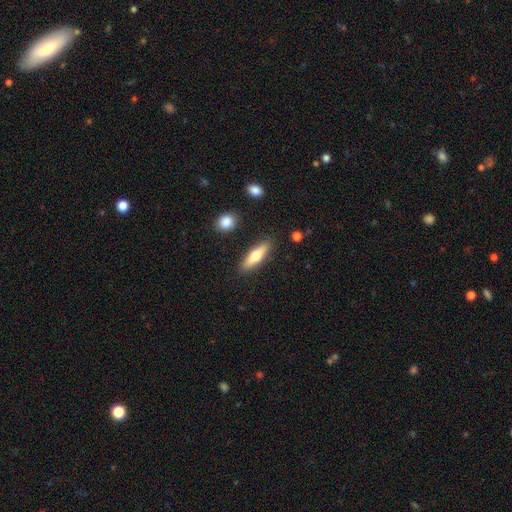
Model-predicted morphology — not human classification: smooth 53%, featured or disk 41%, star or artifact 6%. Down the decision tree: how rounded — cigar-shaped (62%); merging — none (87%).